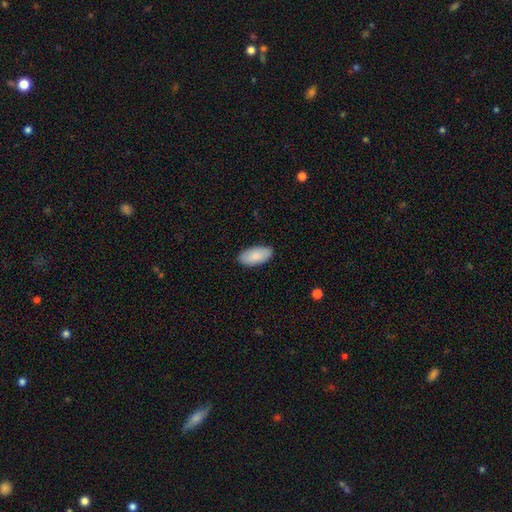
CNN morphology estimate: type=smooth (87%); roundness=in between (94%); merging=none (88%).